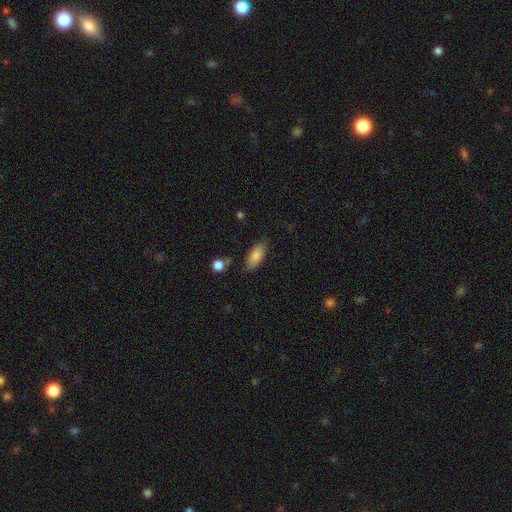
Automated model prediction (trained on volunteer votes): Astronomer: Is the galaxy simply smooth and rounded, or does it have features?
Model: smooth — 84%.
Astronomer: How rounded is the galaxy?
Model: in between — 85%.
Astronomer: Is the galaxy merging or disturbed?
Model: none — 80%.